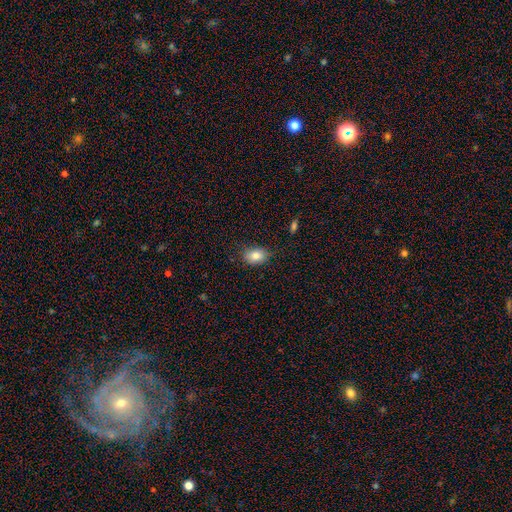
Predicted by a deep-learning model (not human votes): Smooth or featured? smooth (83%)
How rounded? in between (75%)
Merging? none (79%)